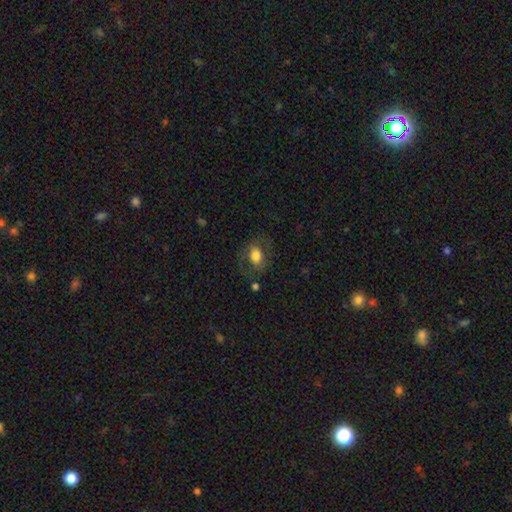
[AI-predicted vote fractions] The model was most divided on "how rounded": in between: 64%, round: 34%, cigar-shaped: 1%. More confident: merging — none (67%); smooth or featured — smooth (65%).